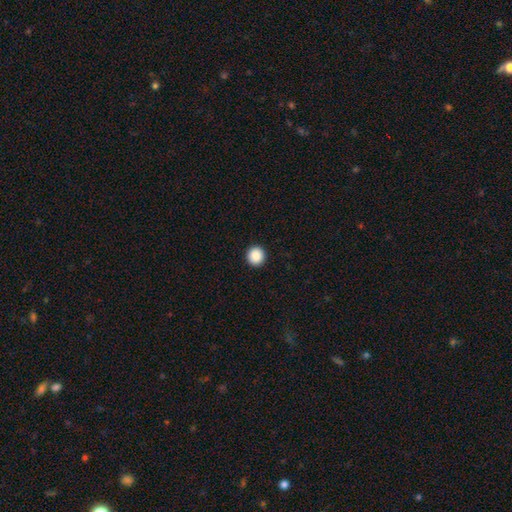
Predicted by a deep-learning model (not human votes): Smooth or featured: smooth — 89% (star or artifact — 9%)
How rounded: round — 94% (in between — 5%)
Merging: none — 94% (minor disturbance — 4%)